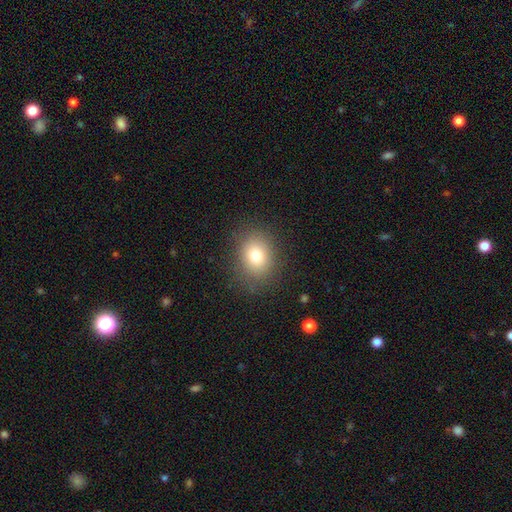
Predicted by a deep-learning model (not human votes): smooth 77%, star or artifact 12%, featured or disk 10%. Down the decision tree: how rounded — round (52%); merging — none (85%).